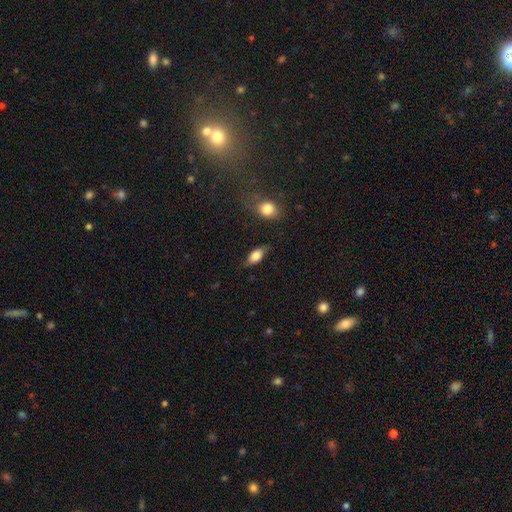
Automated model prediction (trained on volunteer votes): The model was most divided on "merging": none: 74%, minor disturbance: 19%, major disturbance: 5%, merger: 2%. More confident: how rounded — in between (84%); smooth or featured — smooth (75%).